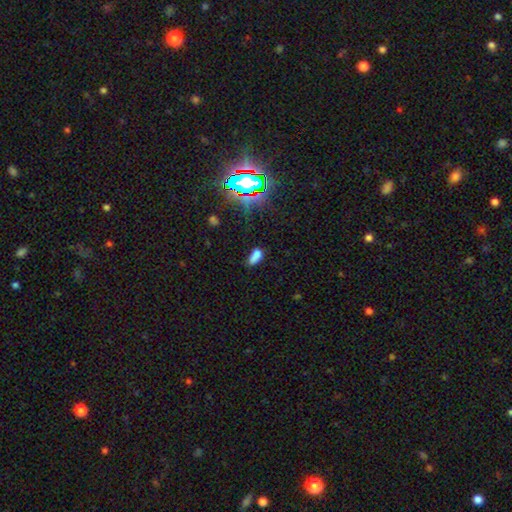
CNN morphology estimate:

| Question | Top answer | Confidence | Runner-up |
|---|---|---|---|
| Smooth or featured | smooth | 72% | star or artifact (18%) |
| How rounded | in between | 83% | cigar-shaped (11%) |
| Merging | none | 46% | minor disturbance (23%) |